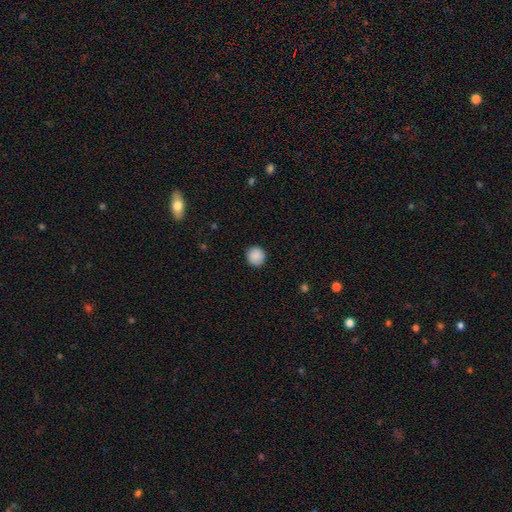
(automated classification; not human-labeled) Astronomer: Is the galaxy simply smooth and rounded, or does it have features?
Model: smooth — 88%.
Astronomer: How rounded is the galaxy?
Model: round — 93%.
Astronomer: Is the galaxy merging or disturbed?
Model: none — 90%.